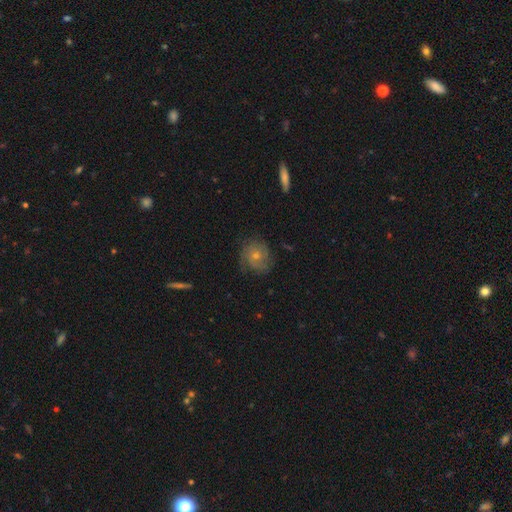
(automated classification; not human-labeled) This appears to be a featured or disk galaxy (61%) with no bar (82%), tight (61%) spiral arms (87%) and a small central bulge (53%). Merging: none (77%).